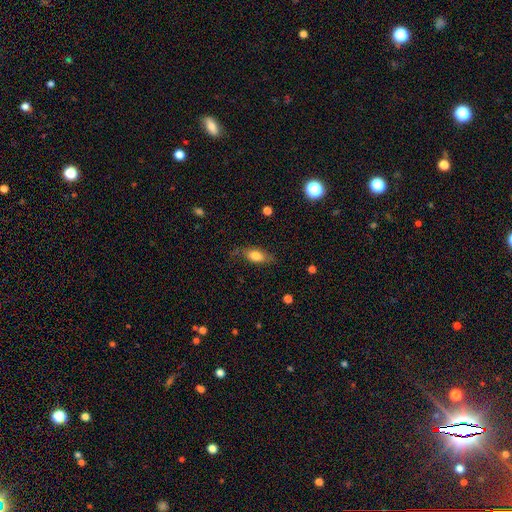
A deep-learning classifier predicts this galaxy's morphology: Smooth or featured: smooth — 74% (featured or disk — 19%)
How rounded: in between — 82% (cigar-shaped — 12%)
Merging: none — 65% (minor disturbance — 24%)